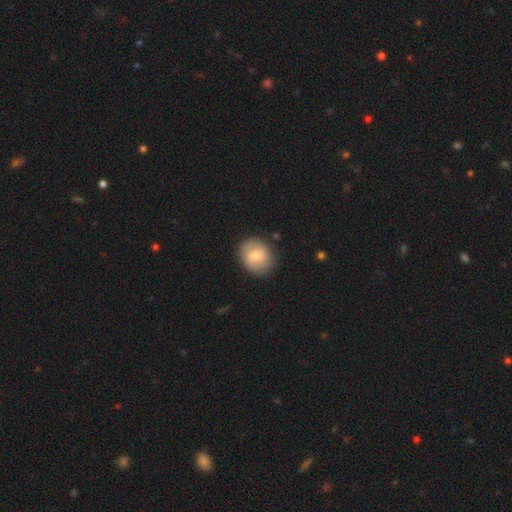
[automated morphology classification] Q: Smooth or featured?
A: smooth (71%); runner-up: featured or disk (22%)
Q: How rounded?
A: round (69%); runner-up: in between (30%)
Q: Merging?
A: none (82%); runner-up: minor disturbance (13%)